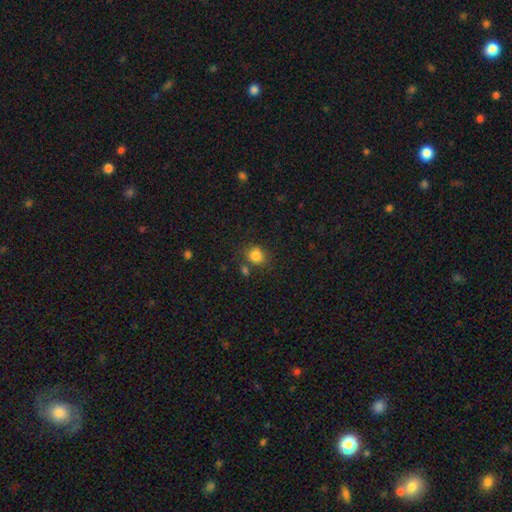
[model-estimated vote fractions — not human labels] A smooth galaxy with no disk features (83%) that is round (69%). Merging: none (70%).